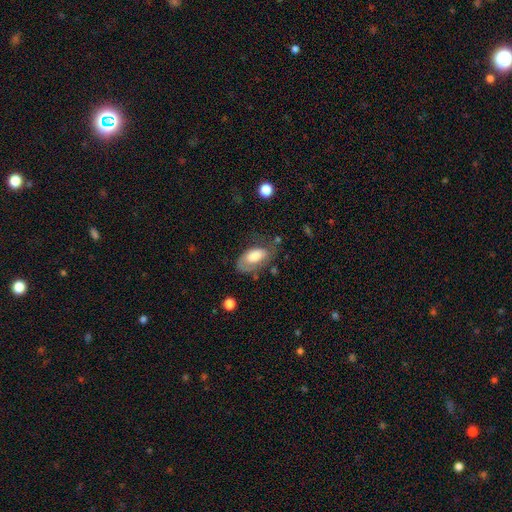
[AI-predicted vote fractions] The model was most divided on "merging": none: 44%, minor disturbance: 28%, major disturbance: 24%, merger: 3%. More confident: how rounded — in between (93%); smooth or featured — smooth (60%).